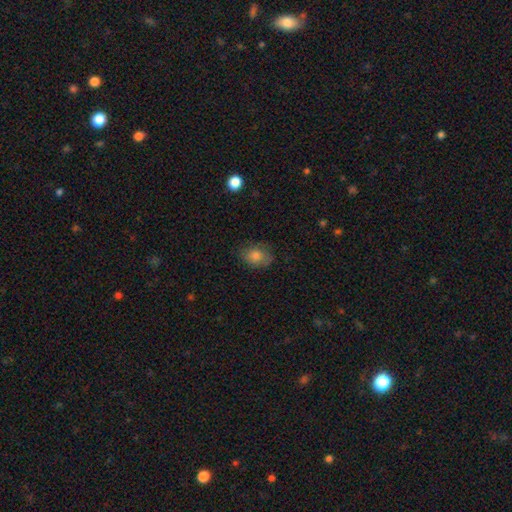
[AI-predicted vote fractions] smooth_or_featured: smooth (p=0.77) [alt: featured or disk p=0.13]
how_rounded: in between (p=0.67) [alt: round p=0.32]
merging: none (p=0.74) [alt: minor disturbance p=0.20]